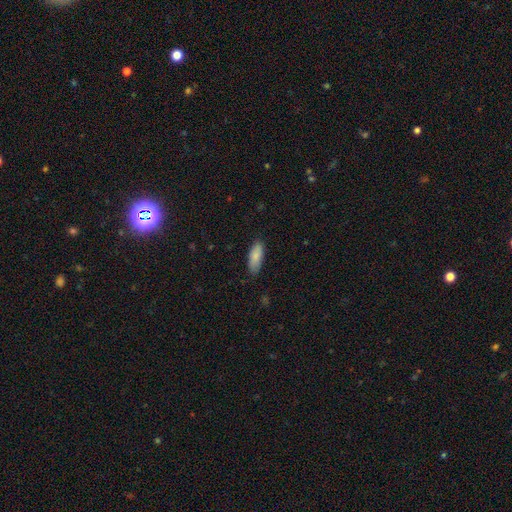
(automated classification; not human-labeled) Smooth or featured? Predicted: smooth (p=0.86). How rounded? Predicted: in between (p=0.73). Merging? Predicted: none (p=0.83).